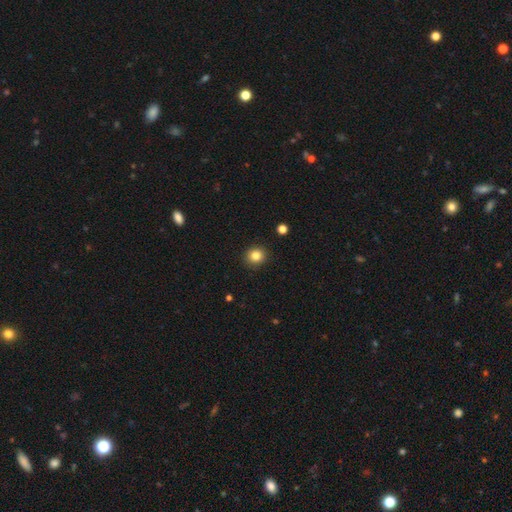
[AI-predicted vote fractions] Morphology: type=smooth (83%); roundness=round (88%); merging=none (91%).